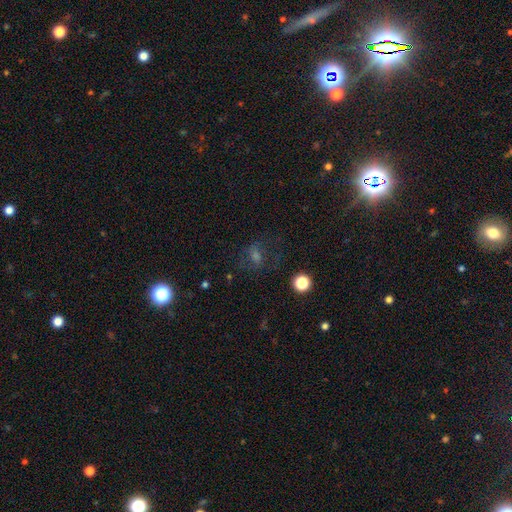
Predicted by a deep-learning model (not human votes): This is marginally a smooth galaxy (36%). Merging: likely none (66%).